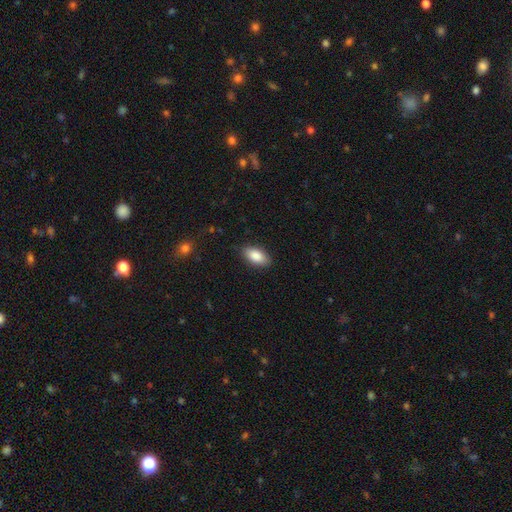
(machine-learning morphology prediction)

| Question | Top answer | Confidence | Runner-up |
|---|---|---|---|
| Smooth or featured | smooth | 87% | star or artifact (6%) |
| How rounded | in between | 92% | cigar-shaped (5%) |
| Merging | none | 86% | minor disturbance (10%) |